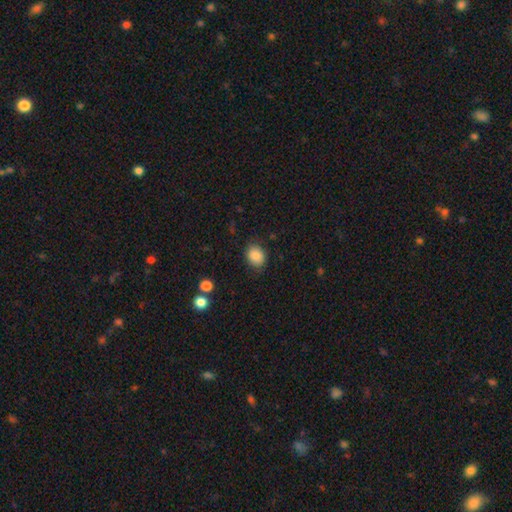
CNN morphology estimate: A smooth galaxy with no disk features (86%) that is round (50%). Merging: none (82%).